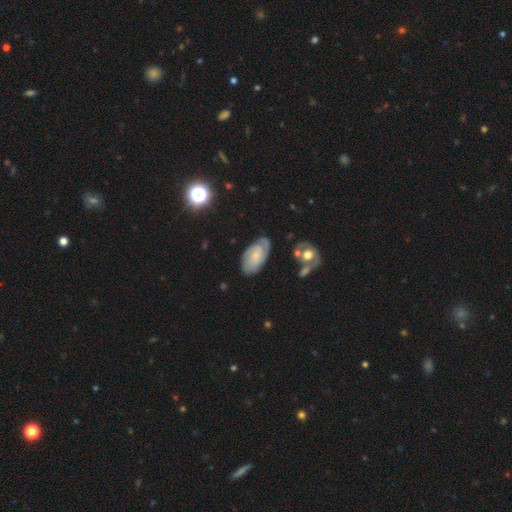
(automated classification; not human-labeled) A featured or disk galaxy (64%) with no bar (64%), 2 (42%) tight (59%) spiral arms (89%) and a small central bulge (56%).

Vote fractions:
- Smooth or featured? featured or disk: 64% / smooth: 30% / star or artifact: 7%
- Edge-on disk? no: 94% / yes: 6%
- Bar? no: 64% / weak: 30% / strong: 5%
- Spiral arms? yes: 89% / no: 11%
- Spiral winding? tight: 59% / medium: 31% / loose: 10%
- Spiral arm count? 2: 42% / can't tell: 34% / 3: 11% / 1: 7% / 4: 3% / more than 4: 2%
- Bulge size? small: 56% / moderate: 25% / none: 15% / large: 3% / dominant: 1%
- Merging? none: 70% / minor disturbance: 20% / major disturbance: 6% / merger: 3%